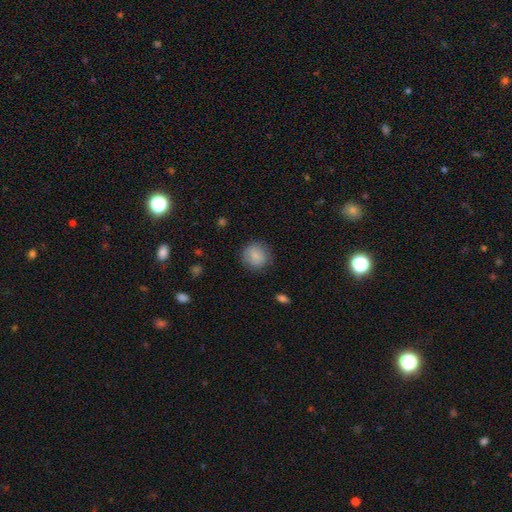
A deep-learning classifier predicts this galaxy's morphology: A smooth galaxy with no disk features (86%) that is round (89%).

Vote fractions:
- Smooth or featured? smooth: 86% / star or artifact: 8% / featured or disk: 6%
- How rounded? round: 89% / in between: 10% / cigar-shaped: 1%
- Merging? none: 85% / minor disturbance: 10% / major disturbance: 3% / merger: 1%